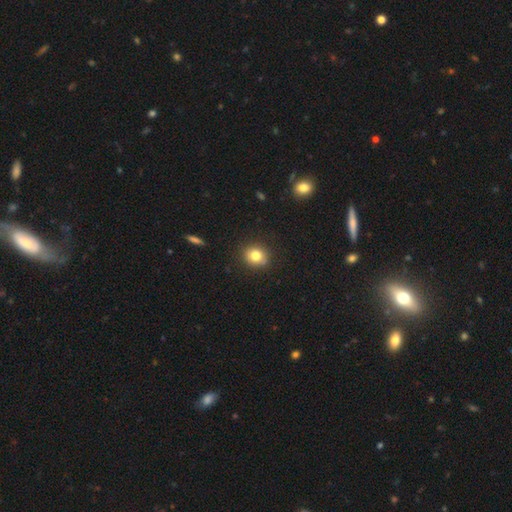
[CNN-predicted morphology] Smooth or featured? Predicted: smooth (p=0.79). How rounded? Predicted: round (p=0.82). Merging? Predicted: none (p=0.84).